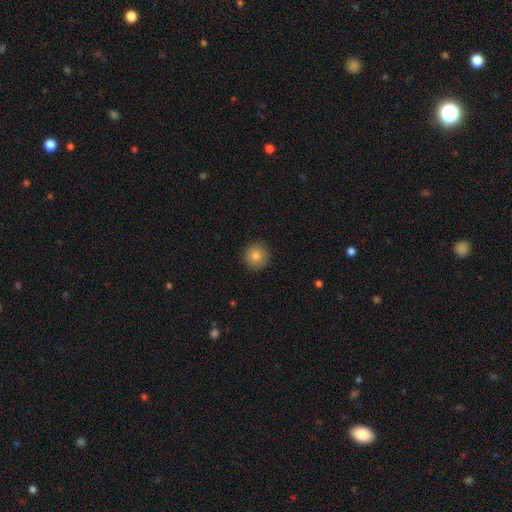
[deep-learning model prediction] Smooth or featured? smooth (85%)
How rounded? round (94%)
Merging? none (91%)